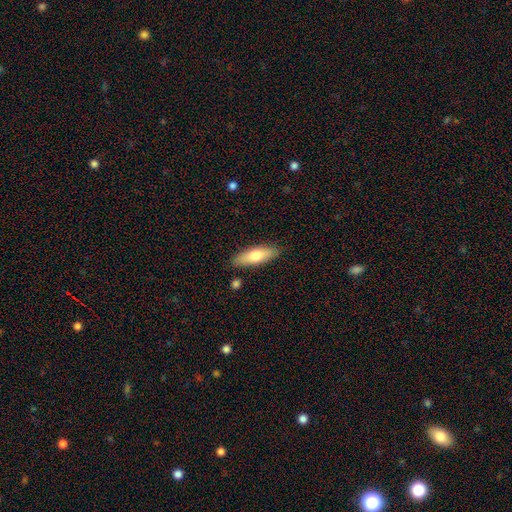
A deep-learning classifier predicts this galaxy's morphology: This appears to be a smooth galaxy with no disk features (72%) that is in between round and cigar-shaped (58%). Merging: none (84%).